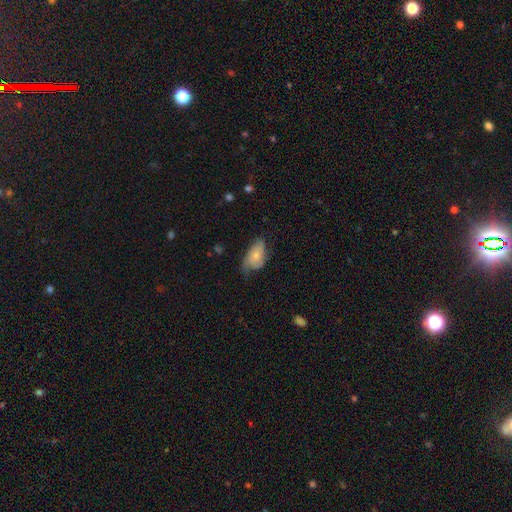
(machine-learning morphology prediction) Smooth or featured: smooth — 56% (featured or disk — 37%)
How rounded: in between — 90% (round — 7%)
Merging: none — 39% (minor disturbance — 38%)